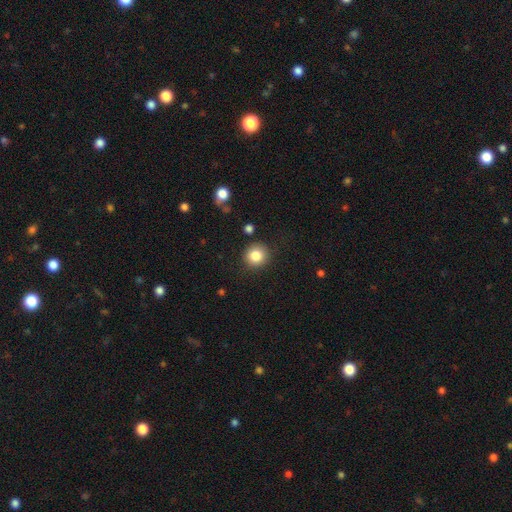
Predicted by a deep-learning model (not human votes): smooth_or_featured: smooth (p=0.84) [alt: star or artifact p=0.10]
how_rounded: round (p=0.91) [alt: in between p=0.08]
merging: none (p=0.88) [alt: minor disturbance p=0.08]